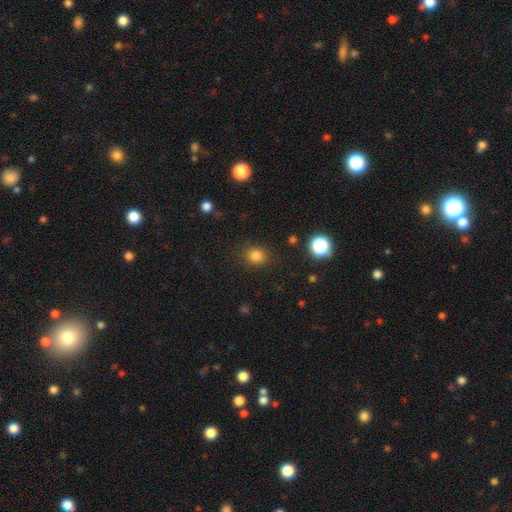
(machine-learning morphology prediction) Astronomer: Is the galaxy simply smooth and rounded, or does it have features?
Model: smooth — 82%.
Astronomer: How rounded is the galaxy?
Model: round — 76%.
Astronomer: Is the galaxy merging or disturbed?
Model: none — 87%.